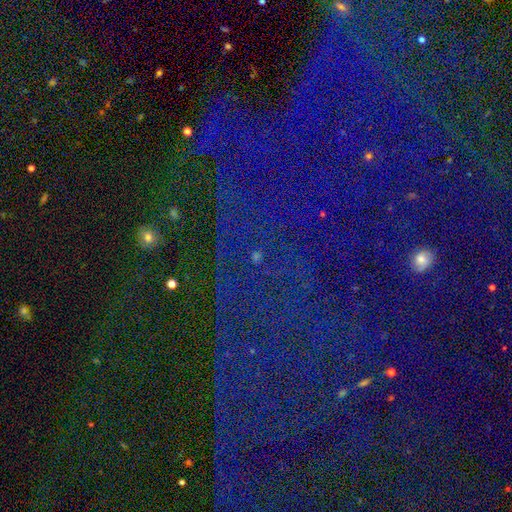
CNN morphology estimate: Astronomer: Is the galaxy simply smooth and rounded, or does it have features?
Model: star or artifact — 84%.